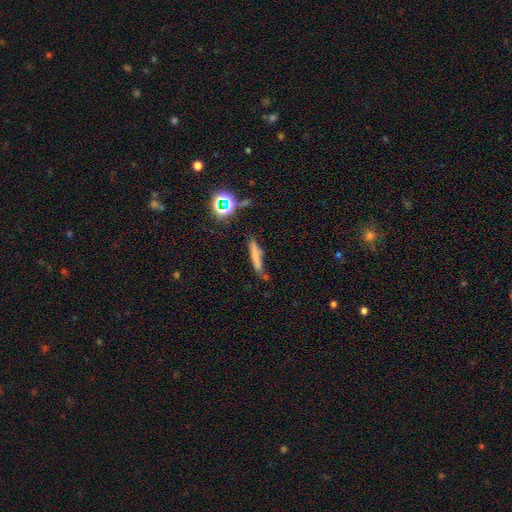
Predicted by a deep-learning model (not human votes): Smooth or featured: smooth — 65% (featured or disk — 21%)
How rounded: cigar-shaped — 88% (in between — 9%)
Merging: none — 65% (minor disturbance — 21%)